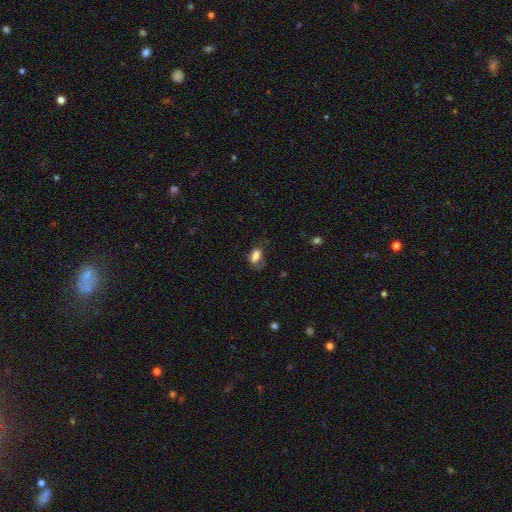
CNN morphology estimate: Q: Smooth or featured?
A: smooth (77%); runner-up: featured or disk (12%)
Q: How rounded?
A: in between (86%); runner-up: round (9%)
Q: Merging?
A: none (49%); runner-up: minor disturbance (28%)